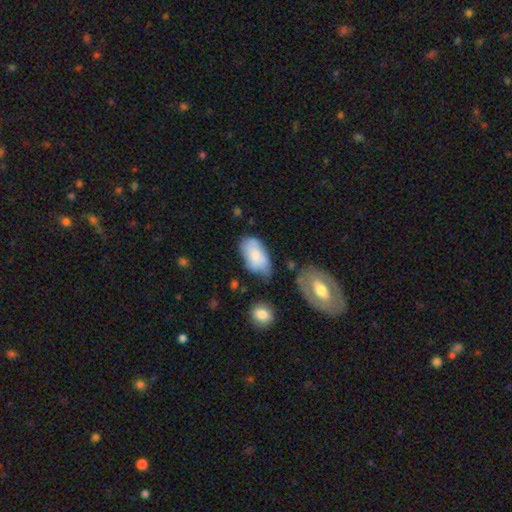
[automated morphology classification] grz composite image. It shows a smooth galaxy with no disk features (71%) that is in between round and cigar-shaped (94%). Merging: none (48%).